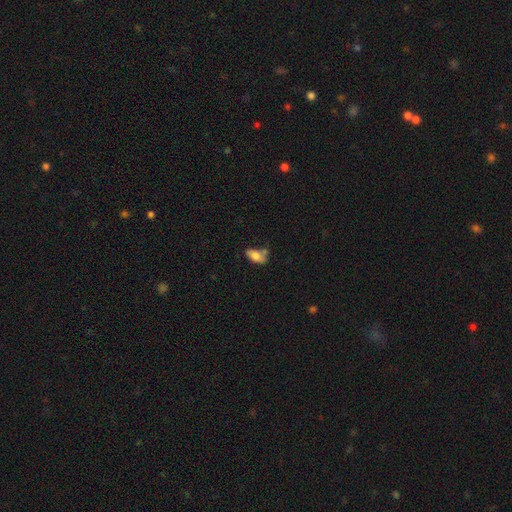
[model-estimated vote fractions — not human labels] A smooth galaxy with no disk features (78%) that is in between round and cigar-shaped (90%). Merging: none (48%).